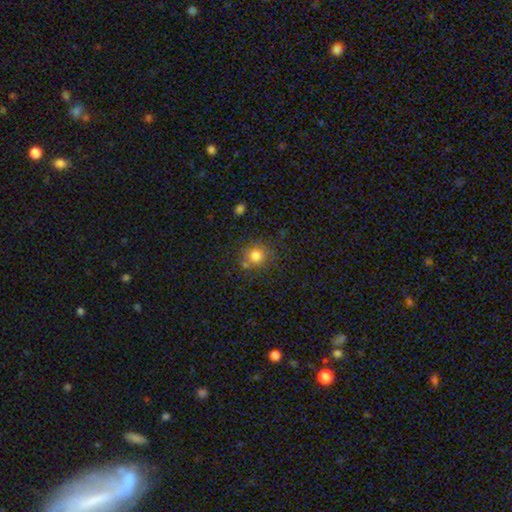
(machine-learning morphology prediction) smooth 79%, star or artifact 13%, featured or disk 8%. Down the decision tree: how rounded — round (88%); merging — none (76%).